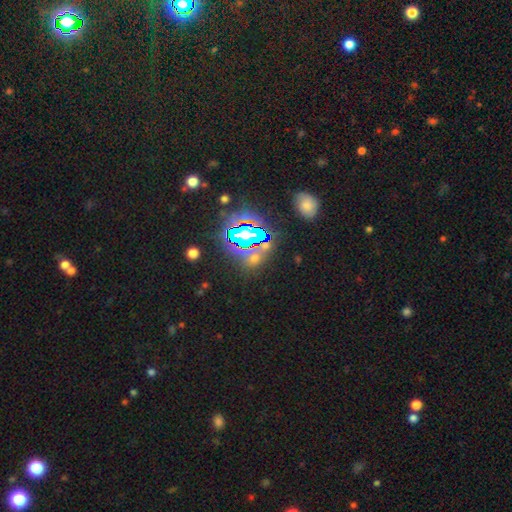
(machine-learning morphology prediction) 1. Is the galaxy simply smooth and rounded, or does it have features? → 66% star or artifact, 23% smooth, 11% featured or disk.